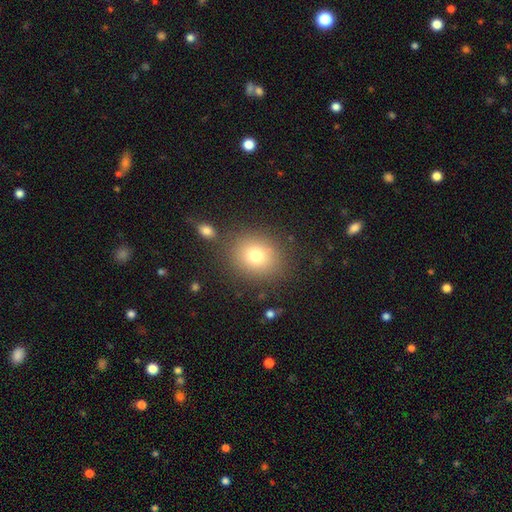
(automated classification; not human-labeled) Morphology: type=smooth (75%); roundness=round (70%); merging=none (81%).